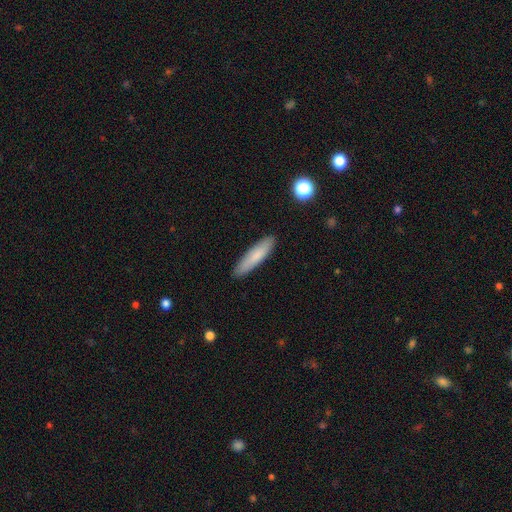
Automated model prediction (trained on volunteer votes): Overall: smooth (80%). How rounded: cigar-shaped (80%). Merging: none (89%).